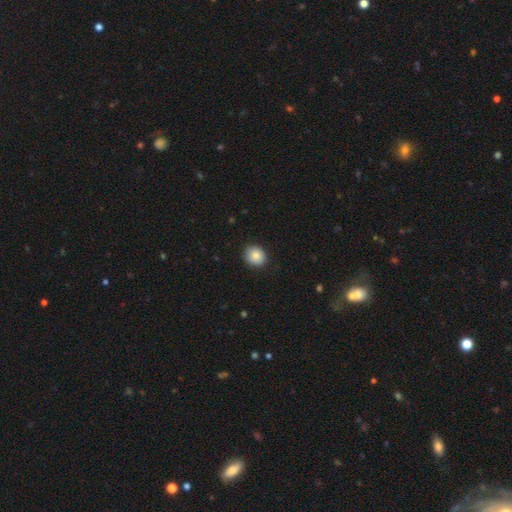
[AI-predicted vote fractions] Smooth or featured? smooth (85%)
How rounded? round (77%)
Merging? none (87%)